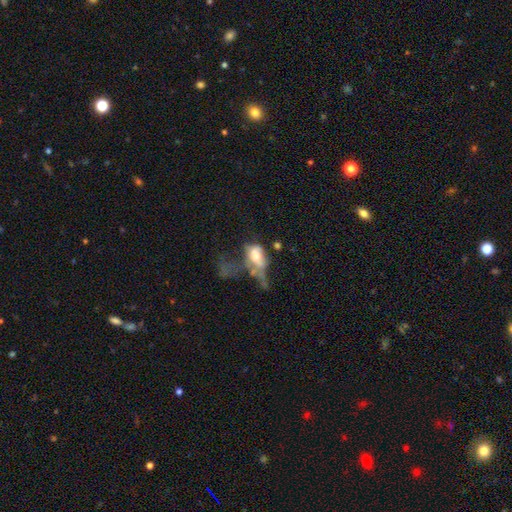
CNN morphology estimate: type=smooth (50%); merging=major disturbance (54%).